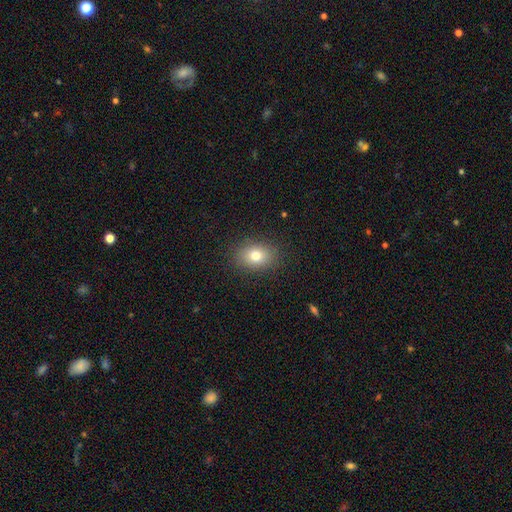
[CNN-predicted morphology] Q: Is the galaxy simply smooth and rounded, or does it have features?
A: smooth — 79%.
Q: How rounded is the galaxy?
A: in between — 65%.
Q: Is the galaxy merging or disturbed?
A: none — 87%.